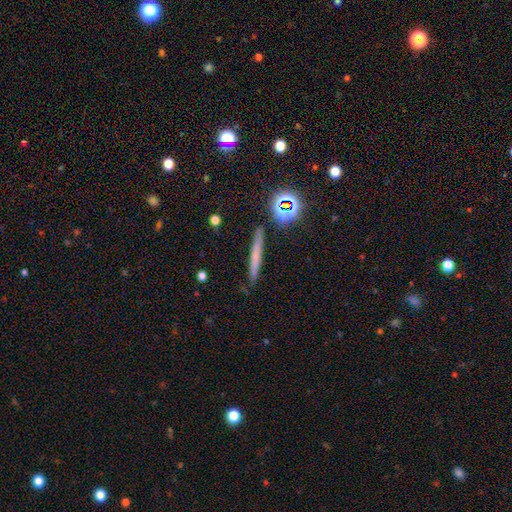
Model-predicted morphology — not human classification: A smooth galaxy with no disk features (54%) that is cigar-shaped (93%).

Vote fractions:
- Smooth or featured? smooth: 54% / featured or disk: 31% / star or artifact: 15%
- How rounded? cigar-shaped: 93% / round: 4% / in between: 4%
- Merging? none: 87% / minor disturbance: 9% / merger: 2% / major disturbance: 2%